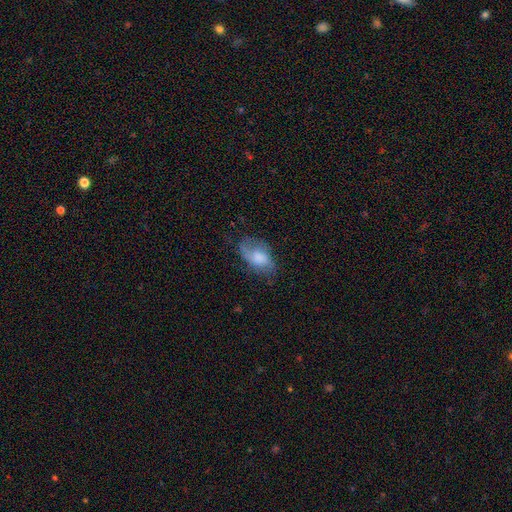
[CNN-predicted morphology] Overall: smooth (46%, tied with featured or disk). Merging: none (58%; minor disturbance 26%).